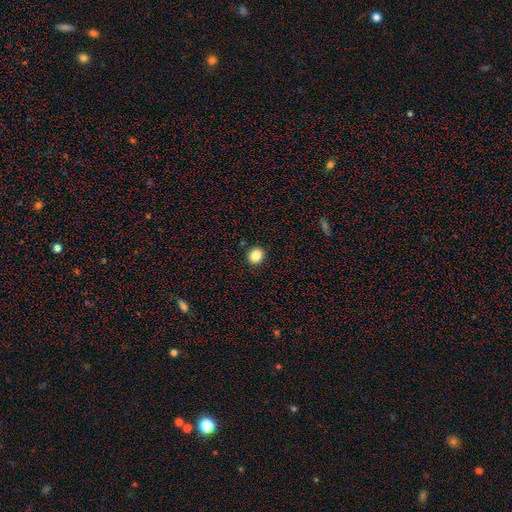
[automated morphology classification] Smooth or featured?
  - smooth: 86% *
  - star or artifact: 10%
  - featured or disk: 4%
How rounded?
  - round: 84% *
  - in between: 15%
  - cigar-shaped: 1%
Merging?
  - none: 92% *
  - minor disturbance: 5%
  - major disturbance: 2%
  - merger: 1%